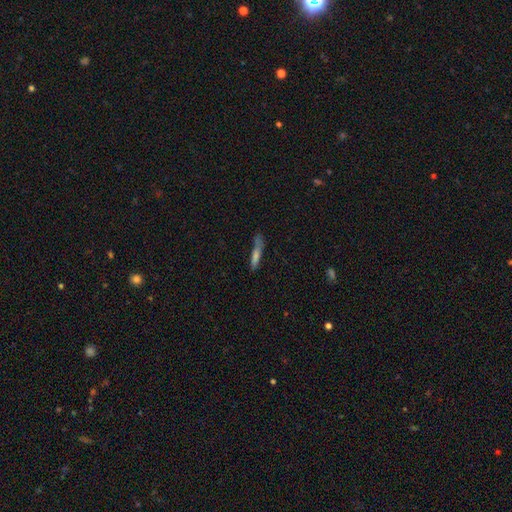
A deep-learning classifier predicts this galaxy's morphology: The model was most divided on "smooth or featured": smooth: 57%, featured or disk: 31%, star or artifact: 13%. More confident: how rounded — cigar-shaped (91%); merging — none (67%).